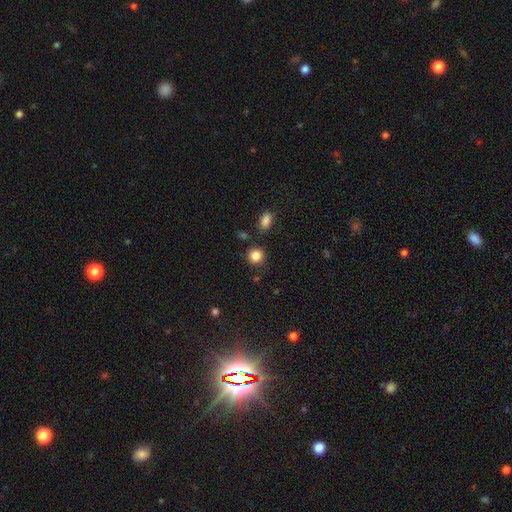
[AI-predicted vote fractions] Smooth or featured?
  - smooth: 86% *
  - star or artifact: 10%
  - featured or disk: 4%
How rounded?
  - round: 89% *
  - in between: 10%
  - cigar-shaped: 1%
Merging?
  - none: 83% *
  - minor disturbance: 9%
  - merger: 5%
  - major disturbance: 3%